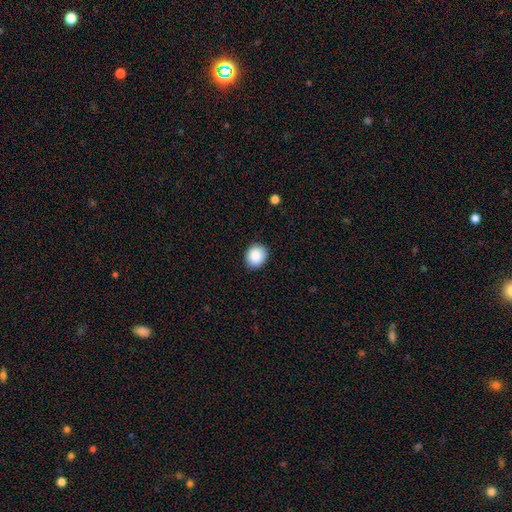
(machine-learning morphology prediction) The model was most divided on "how rounded": round: 68%, in between: 31%, cigar-shaped: 1%. More confident: merging — none (89%); smooth or featured — smooth (88%).